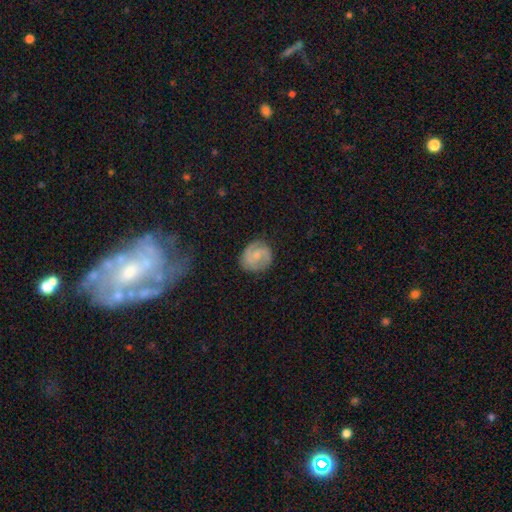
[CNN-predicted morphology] Smooth or featured? Predicted: featured or disk (p=0.66). Edge-on disk? Predicted: no (p=0.98). Bar? Predicted: no (p=0.49). Spiral arms? Predicted: yes (p=0.94). Spiral winding? Predicted: medium (p=0.44, tied with tight). Spiral arm count? Predicted: 2 (p=0.80). Bulge size? Predicted: small (p=0.42). Merging? Predicted: none (p=0.80).